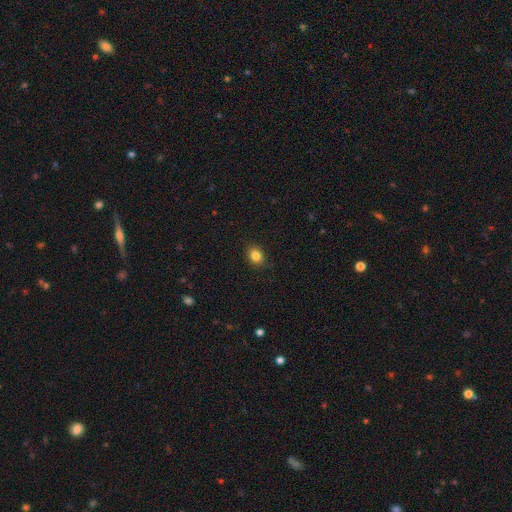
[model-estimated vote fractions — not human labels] smooth_or_featured: smooth (p=0.83) [alt: star or artifact p=0.10]
how_rounded: in between (p=0.54) [alt: round p=0.45]
merging: none (p=0.87) [alt: minor disturbance p=0.10]